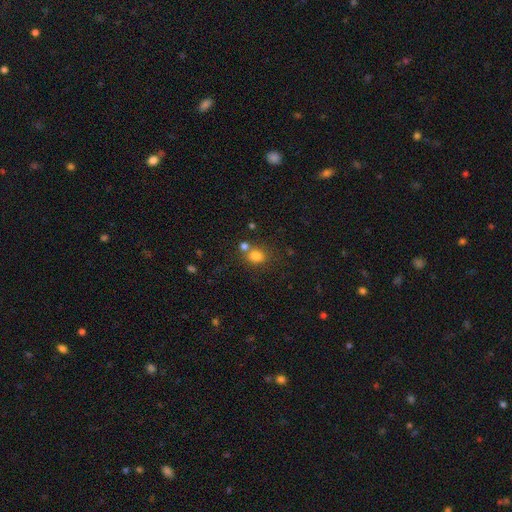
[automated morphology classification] smooth-or-featured: smooth: 79% | star or artifact: 13% | featured or disk: 7%
  how-rounded: round: 60% | in between: 39% | cigar-shaped: 1%
  merging: none: 59% | merger: 25% | minor disturbance: 12% | major disturbance: 5%